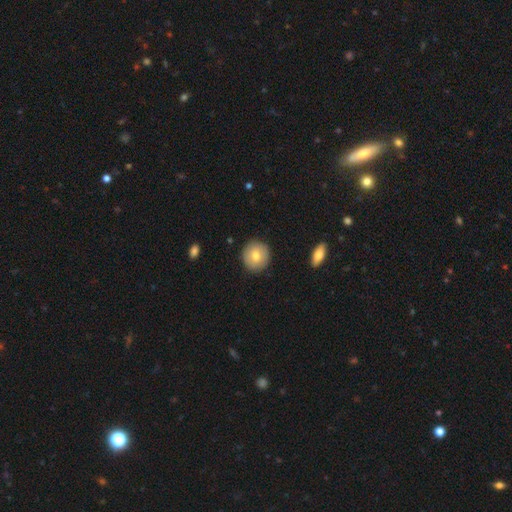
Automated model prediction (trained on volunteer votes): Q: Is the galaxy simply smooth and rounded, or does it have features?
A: smooth — 73%.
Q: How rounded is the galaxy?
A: round — 91%.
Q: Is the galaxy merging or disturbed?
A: none — 89%.